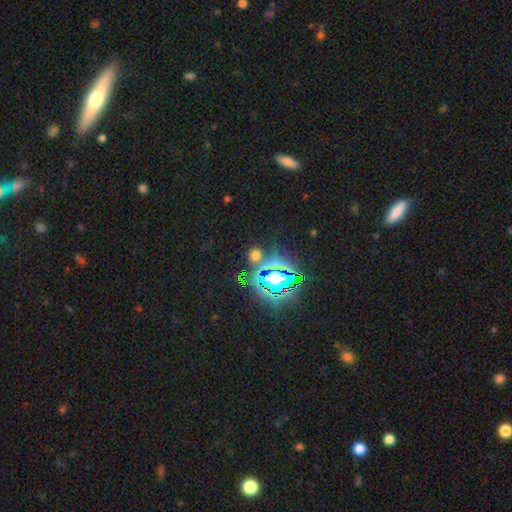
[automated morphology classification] smooth-or-featured: star or artifact: 48% | smooth: 45% | featured or disk: 8%